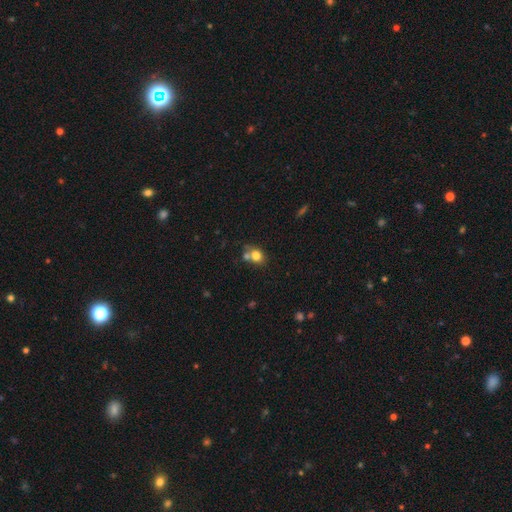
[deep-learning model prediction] A smooth galaxy with no disk features (77%) that is round (64%). Merging: none (48%).